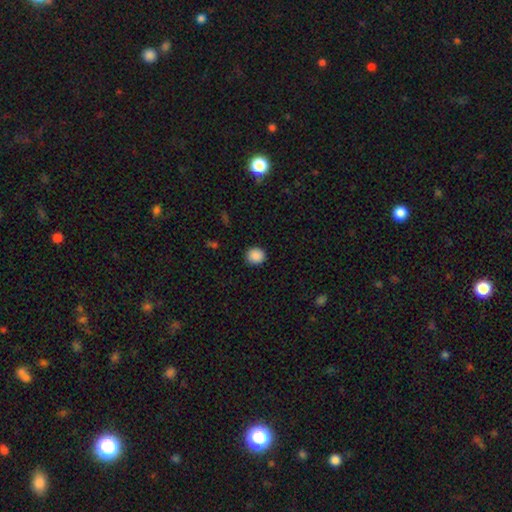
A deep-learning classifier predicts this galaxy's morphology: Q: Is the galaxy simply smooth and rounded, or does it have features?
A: smooth — 89%.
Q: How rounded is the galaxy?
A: round — 84%.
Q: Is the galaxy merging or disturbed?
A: none — 91%.